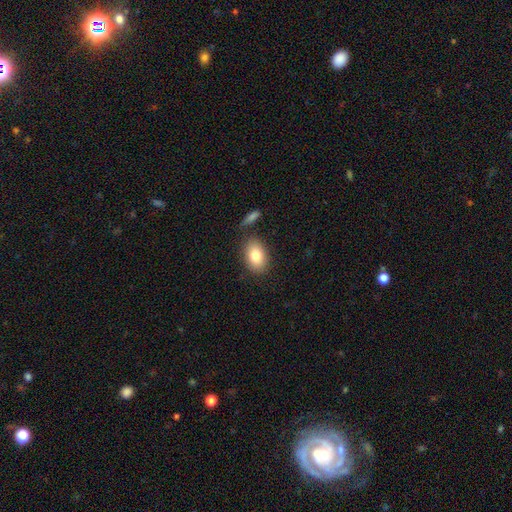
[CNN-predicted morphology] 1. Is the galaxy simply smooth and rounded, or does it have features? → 80% smooth, 12% featured or disk, 8% star or artifact.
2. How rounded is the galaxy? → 84% in between, 15% round, 1% cigar-shaped.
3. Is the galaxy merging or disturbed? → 79% none, 12% minor disturbance, 6% merger, 3% major disturbance.